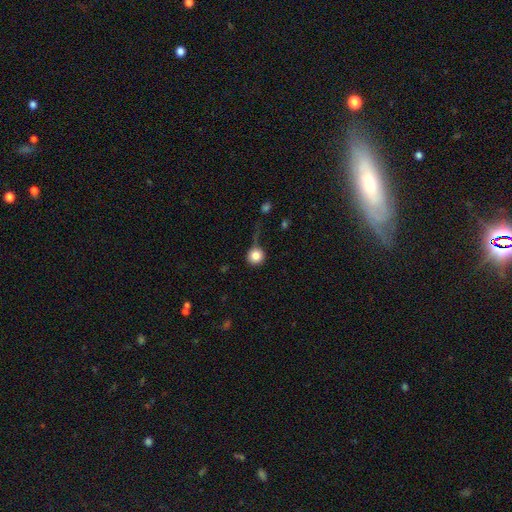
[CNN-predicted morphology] Q: Smooth or featured?
A: smooth (83%); runner-up: star or artifact (9%)
Q: How rounded?
A: round (93%); runner-up: in between (6%)
Q: Merging?
A: none (52%); runner-up: minor disturbance (23%)